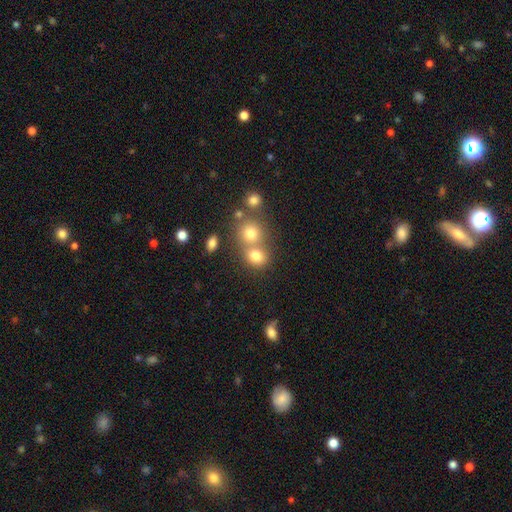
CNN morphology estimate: This appears to be a smooth galaxy with no disk features (76%) that is round (73%). Merging: none (50%).